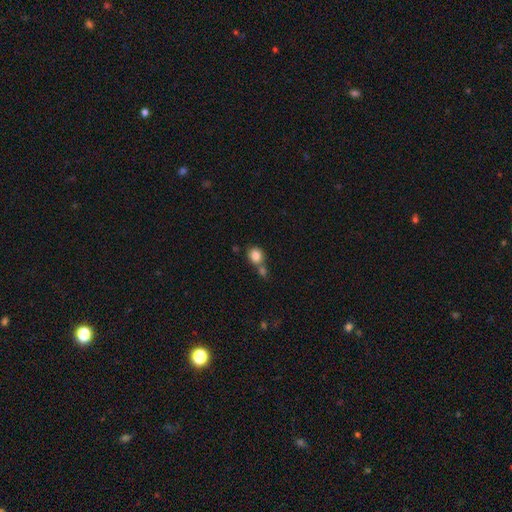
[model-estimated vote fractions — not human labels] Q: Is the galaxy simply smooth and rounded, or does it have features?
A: smooth — 84%.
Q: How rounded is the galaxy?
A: round — 76%.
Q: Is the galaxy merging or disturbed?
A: none — 49%.